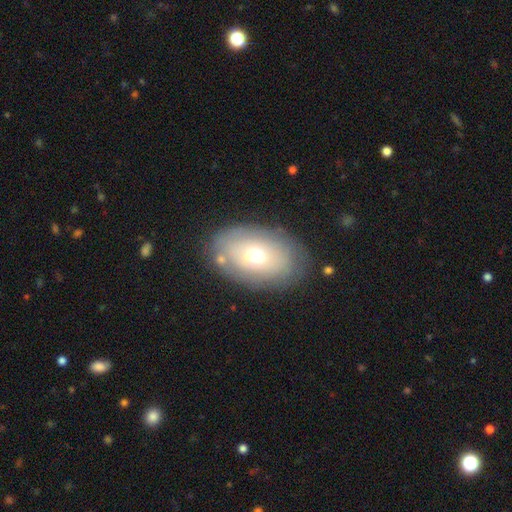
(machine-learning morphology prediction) smooth 60%, featured or disk 31%, star or artifact 9%. Down the decision tree: how rounded — in between (85%); merging — none (76%).